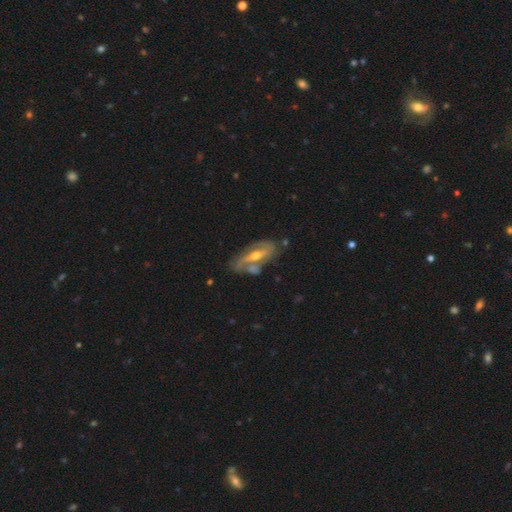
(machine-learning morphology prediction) Overall: featured or disk (79%). Edge-on disk: no (83%). Bar: strong (40%; weak 36%). Spiral arms: yes (85%). Spiral arm count: 2 (73%). Spiral winding: medium (41%; tight 31%). Bulge size: moderate (59%; small 36%). Merging: none (58%; minor disturbance 20%).